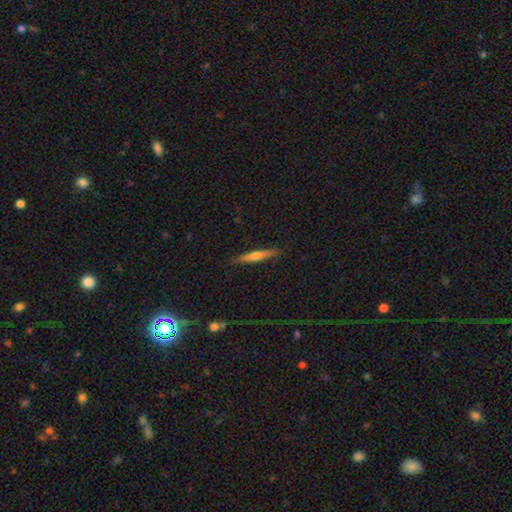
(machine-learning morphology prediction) This is possibly a featured or disk galaxy (55%). It is clearly viewed edge-on (96%). Edge-on bulge: clearly rounded (85%). Merging: clearly none (89%).